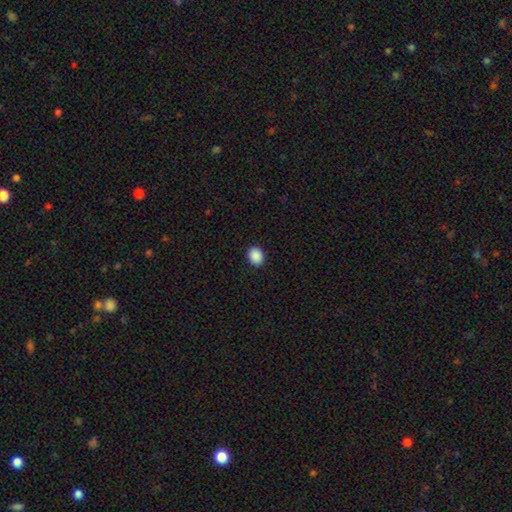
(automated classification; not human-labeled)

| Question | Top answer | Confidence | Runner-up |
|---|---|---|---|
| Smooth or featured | smooth | 90% | star or artifact (8%) |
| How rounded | in between | 50% | round (49%) |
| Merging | none | 91% | minor disturbance (6%) |